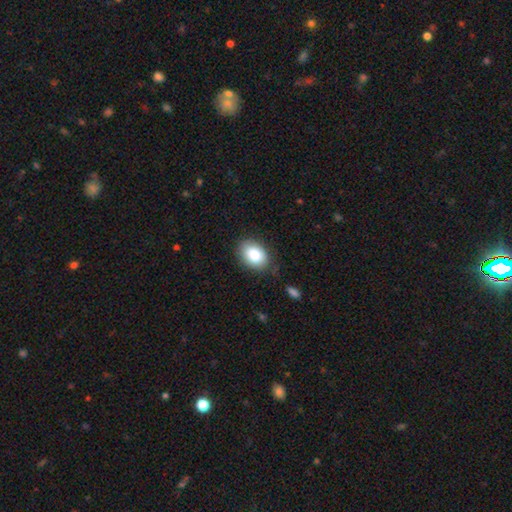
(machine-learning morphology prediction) smooth-or-featured: smooth: 87% | star or artifact: 7% | featured or disk: 6%
  how-rounded: in between: 81% | round: 18% | cigar-shaped: 1%
  merging: none: 78% | minor disturbance: 16% | major disturbance: 4% | merger: 2%